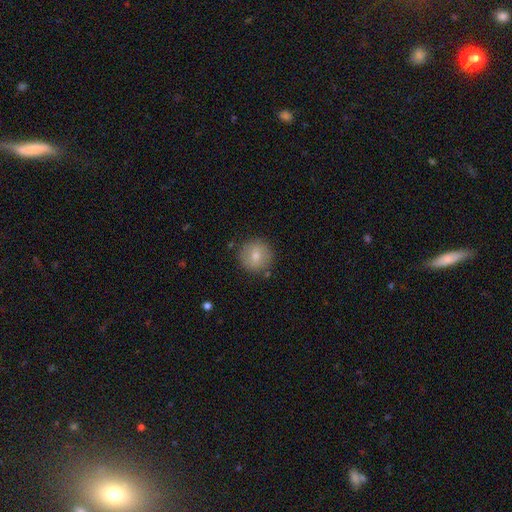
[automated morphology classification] Smooth or featured? Predicted: smooth (p=0.75). How rounded? Predicted: round (p=0.94). Merging? Predicted: none (p=0.85).